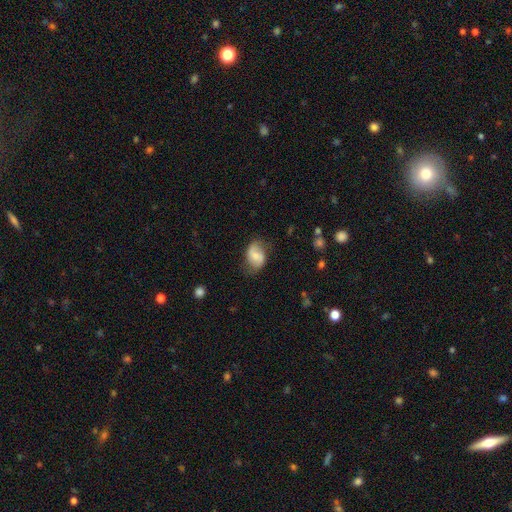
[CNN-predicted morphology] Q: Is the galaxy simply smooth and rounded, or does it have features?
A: featured or disk — 49%.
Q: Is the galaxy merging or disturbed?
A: none — 66%.